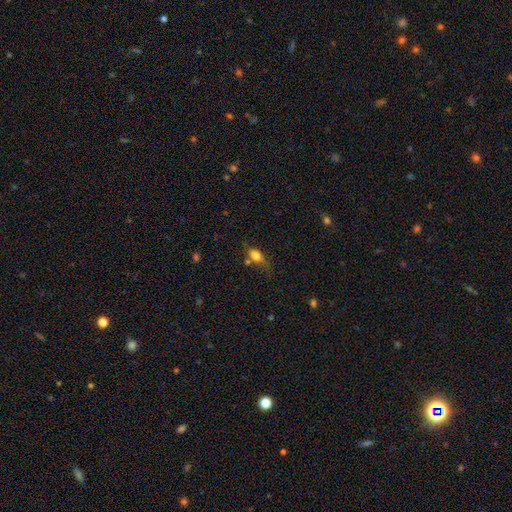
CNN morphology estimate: smooth 79%, featured or disk 11%, star or artifact 10%. Down the decision tree: how rounded — in between (76%); merging — none (46%).